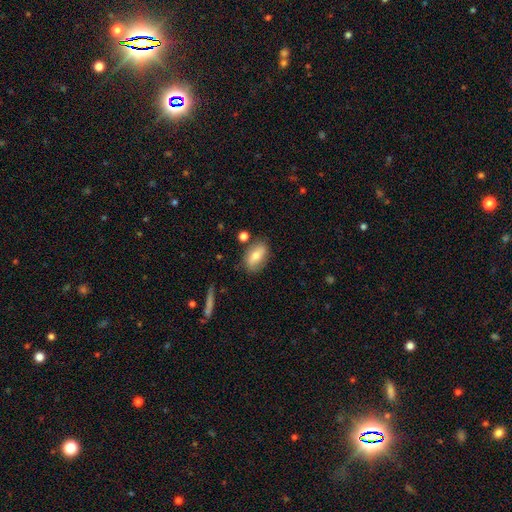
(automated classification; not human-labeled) A smooth galaxy with no disk features (73%) that is in between round and cigar-shaped (87%). Merging: none (77%).